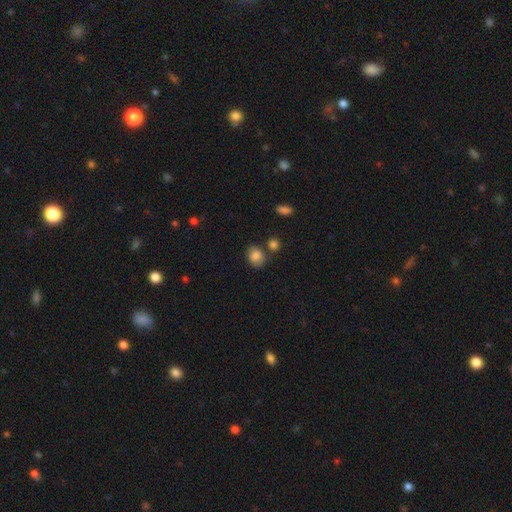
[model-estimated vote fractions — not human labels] Smooth or featured? smooth (84%)
How rounded? in between (55%)
Merging? none (67%)